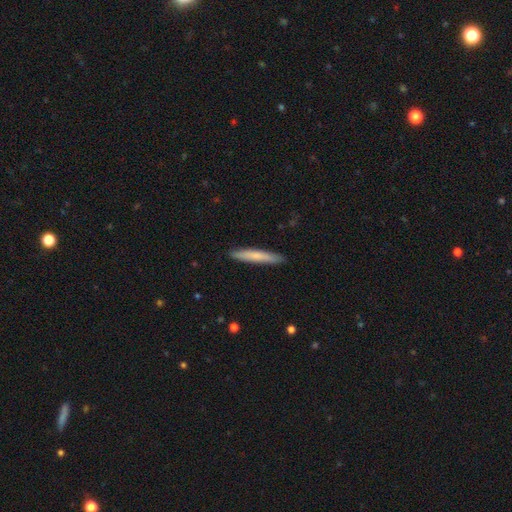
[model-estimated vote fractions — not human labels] Smooth or featured? smooth (71%)
How rounded? cigar-shaped (95%)
Merging? none (90%)